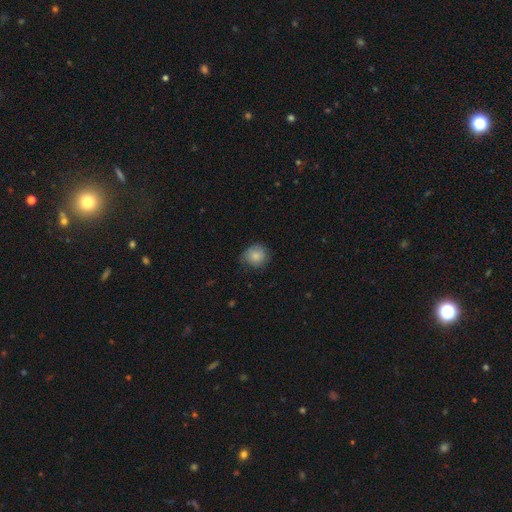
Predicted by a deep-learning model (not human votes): Smooth or featured: smooth — 81% (featured or disk — 11%)
How rounded: round — 82% (in between — 17%)
Merging: none — 66% (minor disturbance — 27%)